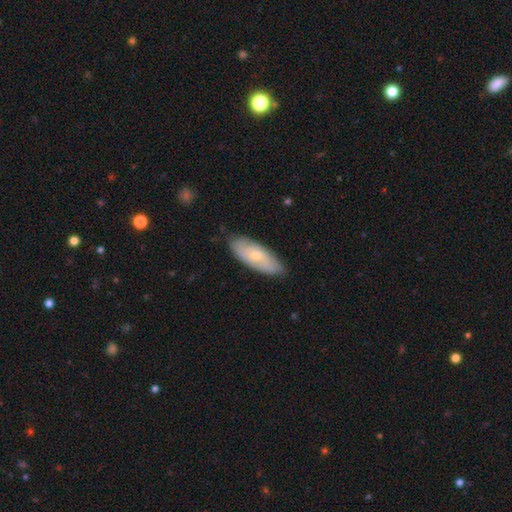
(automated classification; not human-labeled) Q: Smooth or featured?
A: smooth (53%); runner-up: featured or disk (41%)
Q: How rounded?
A: in between (76%); runner-up: cigar-shaped (22%)
Q: Merging?
A: none (81%); runner-up: minor disturbance (16%)